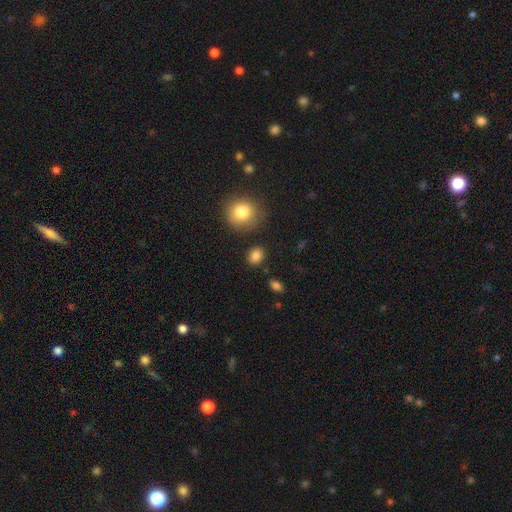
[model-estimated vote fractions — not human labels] smooth 85%, star or artifact 10%, featured or disk 5%. Down the decision tree: how rounded — round (63%); merging — none (86%).